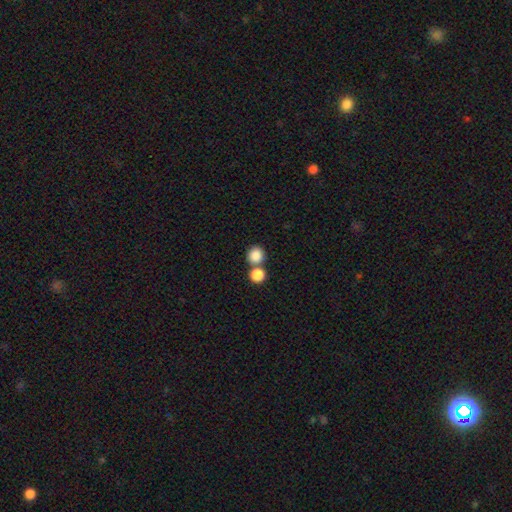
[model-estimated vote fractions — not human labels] Smooth or featured? smooth (85%)
How rounded? round (87%)
Merging? none (57%)